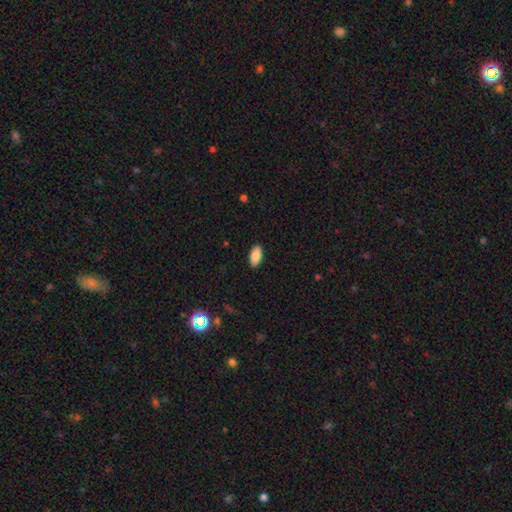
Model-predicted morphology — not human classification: Q: Smooth or featured?
A: smooth (87%); runner-up: star or artifact (7%)
Q: How rounded?
A: in between (92%); runner-up: cigar-shaped (6%)
Q: Merging?
A: none (90%); runner-up: minor disturbance (8%)